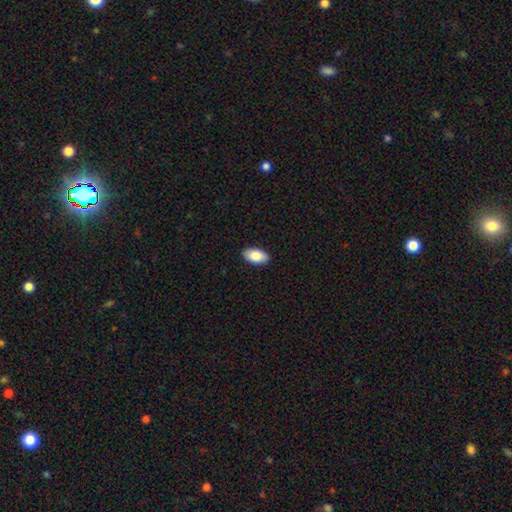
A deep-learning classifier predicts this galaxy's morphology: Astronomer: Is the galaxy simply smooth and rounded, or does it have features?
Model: smooth — 86%.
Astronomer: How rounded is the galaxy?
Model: in between — 95%.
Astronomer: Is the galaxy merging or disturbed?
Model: none — 90%.